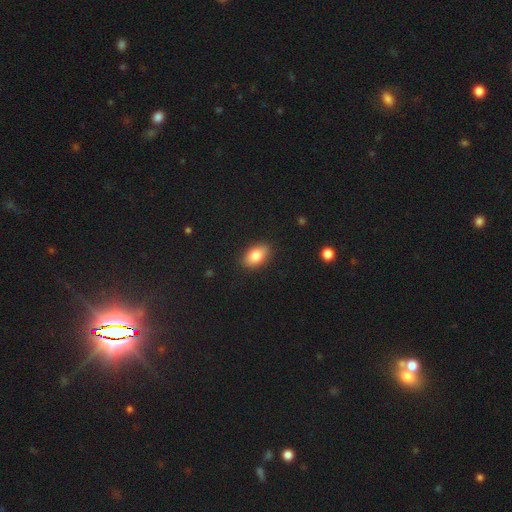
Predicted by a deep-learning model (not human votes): Overall: smooth (81%). How rounded: in between (90%). Merging: none (88%).